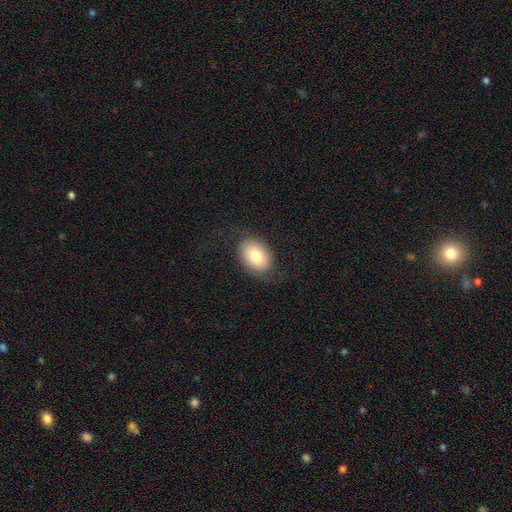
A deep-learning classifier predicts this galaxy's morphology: Smooth or featured? smooth (73%)
How rounded? in between (81%)
Merging? none (74%)